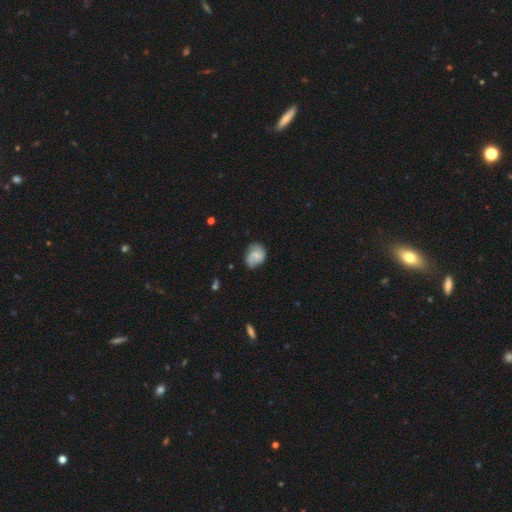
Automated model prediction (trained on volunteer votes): Smooth or featured? smooth (50%)
How rounded? in between (54%)
Merging? none (59%)